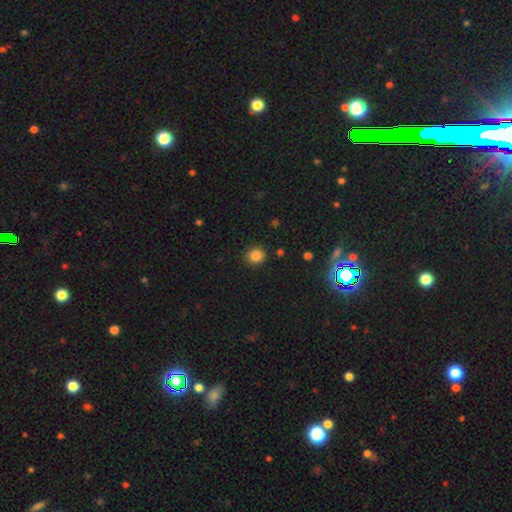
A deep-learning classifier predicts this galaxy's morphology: Smooth or featured?
  - smooth: 84% *
  - star or artifact: 12%
  - featured or disk: 4%
How rounded?
  - round: 82% *
  - in between: 17%
  - cigar-shaped: 1%
Merging?
  - none: 89% *
  - minor disturbance: 7%
  - major disturbance: 2%
  - merger: 1%